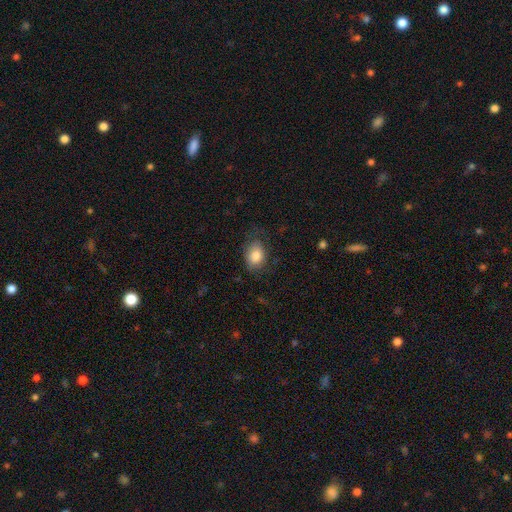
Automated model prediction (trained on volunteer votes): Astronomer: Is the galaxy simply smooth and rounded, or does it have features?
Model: smooth — 82%.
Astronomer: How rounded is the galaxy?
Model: in between — 76%.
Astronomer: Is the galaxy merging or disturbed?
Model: none — 65%.